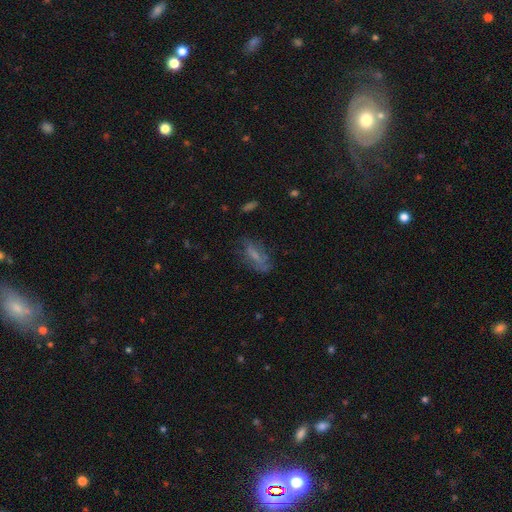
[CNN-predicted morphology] A smooth galaxy with no disk features (48%).

Vote fractions:
- Smooth or featured? smooth: 48% / featured or disk: 40% / star or artifact: 13%
- Merging? none: 57% / minor disturbance: 24% / major disturbance: 16% / merger: 3%